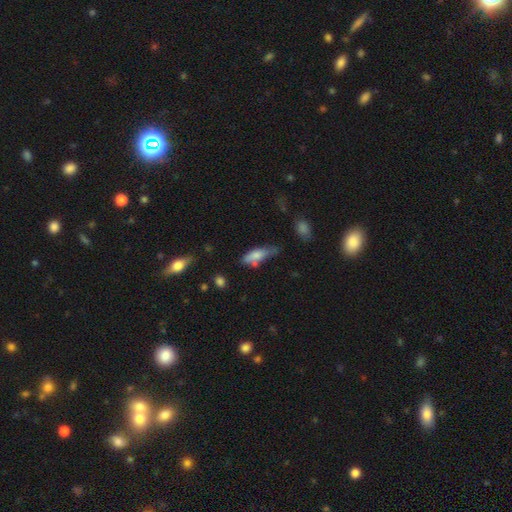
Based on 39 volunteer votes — Smooth or featured? smooth (82%)
How rounded? in between (59%)
Merging? none (53%)